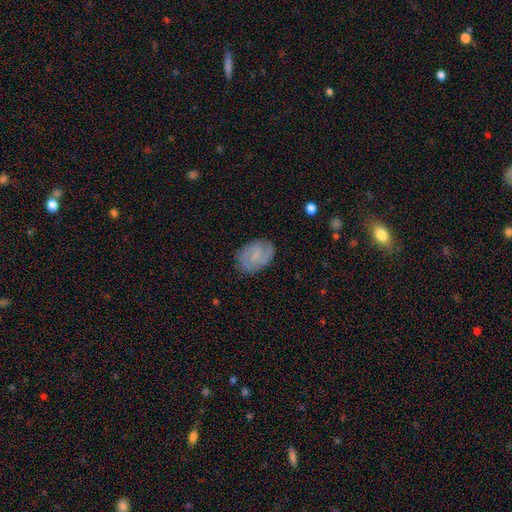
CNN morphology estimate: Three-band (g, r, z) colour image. It shows a featured or disk galaxy (65%) with a weak bar (48%), 2 (68%) tight (44%) spiral arms (90%) and a small central bulge (66%). Merging: none (81%).